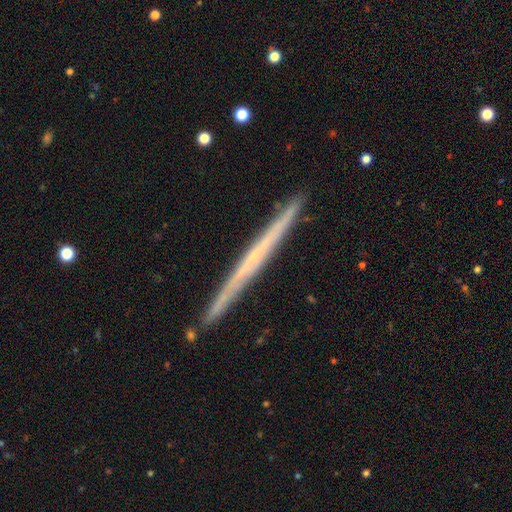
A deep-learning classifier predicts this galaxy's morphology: Q: Smooth or featured?
A: featured or disk (67%); runner-up: smooth (27%)
Q: Edge-on disk?
A: yes (98%); runner-up: no (2%)
Q: Edge-on bulge?
A: none (83%); runner-up: rounded (14%)
Q: Merging?
A: none (91%); runner-up: minor disturbance (7%)